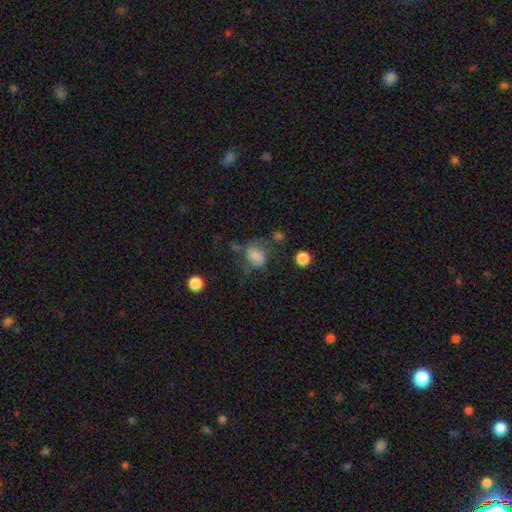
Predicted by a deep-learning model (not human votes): A smooth galaxy with no disk features (74%) that is in between round and cigar-shaped (60%).

Vote fractions:
- Smooth or featured? smooth: 74% / featured or disk: 14% / star or artifact: 12%
- How rounded? in between: 60% / round: 38% / cigar-shaped: 1%
- Merging? none: 39% / minor disturbance: 27% / major disturbance: 27% / merger: 7%